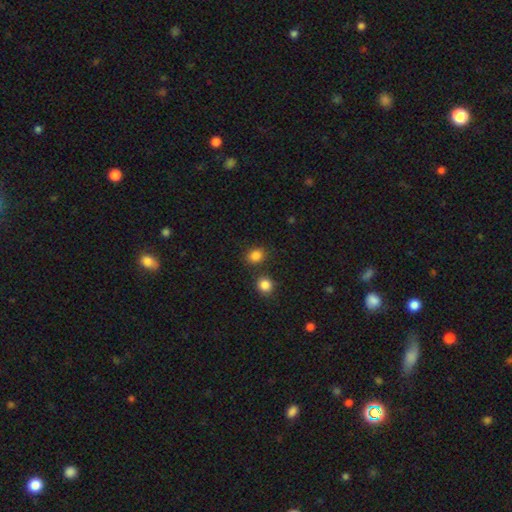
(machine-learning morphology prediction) Overall: smooth (84%). How rounded: round (61%; in between 38%). Merging: none (76%).